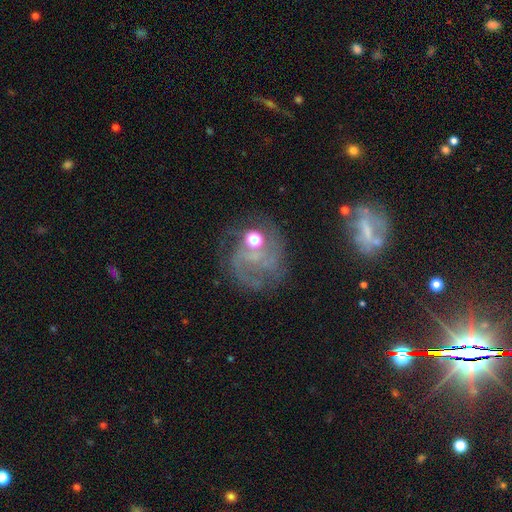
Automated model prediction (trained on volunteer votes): This appears to be a featured or disk galaxy (65%) with no bar (69%), spiral arms (70%) and a moderate central bulge (42%). Merging: none (47%).